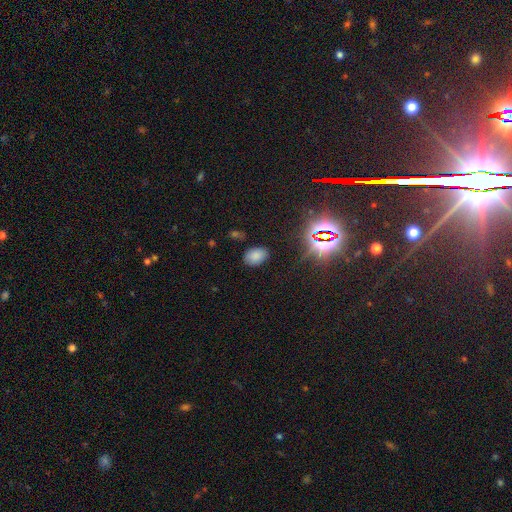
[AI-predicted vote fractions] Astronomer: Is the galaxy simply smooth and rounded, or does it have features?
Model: smooth — 73%.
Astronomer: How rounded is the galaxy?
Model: in between — 85%.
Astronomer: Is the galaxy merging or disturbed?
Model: none — 82%.